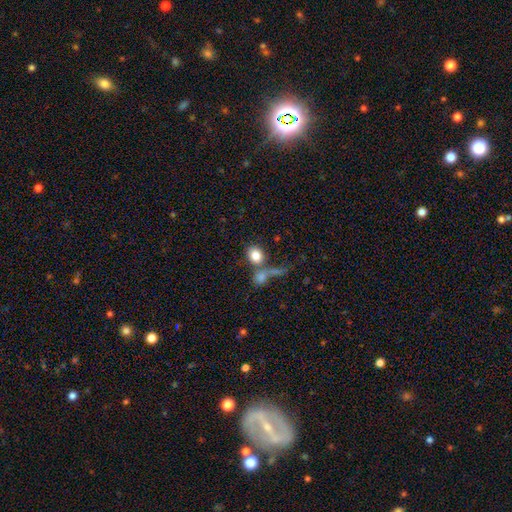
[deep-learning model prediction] smooth_or_featured: smooth (p=0.83) [alt: star or artifact p=0.09]
how_rounded: round (p=0.54) [alt: in between p=0.44]
merging: none (p=0.49) [alt: merger p=0.34]